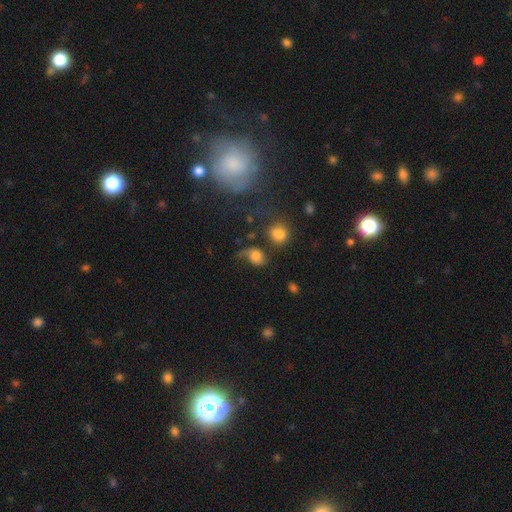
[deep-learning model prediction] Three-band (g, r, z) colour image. It shows a smooth galaxy with no disk features (53%) that is in between round and cigar-shaped (55%). Merging: none (34%).